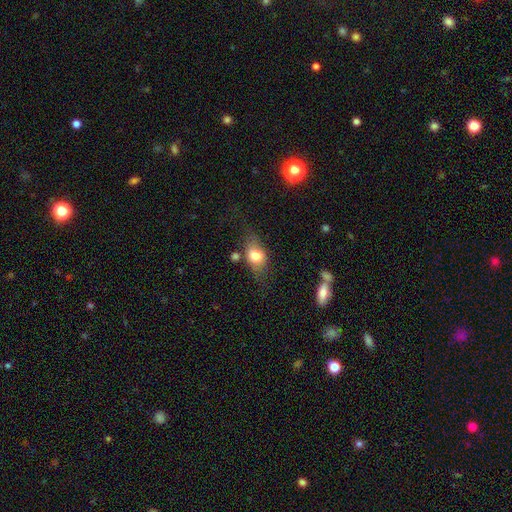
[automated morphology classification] smooth-or-featured: smooth: 71% | featured or disk: 20% | star or artifact: 9%
  how-rounded: in between: 72% | round: 24% | cigar-shaped: 4%
  merging: none: 61% | minor disturbance: 22% | major disturbance: 10% | merger: 7%